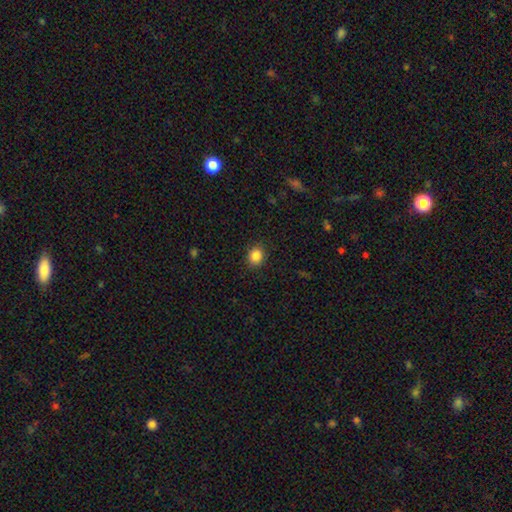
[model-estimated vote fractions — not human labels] This is clearly a smooth galaxy (86%). How rounded: likely round (64%). Merging: clearly none (88%).